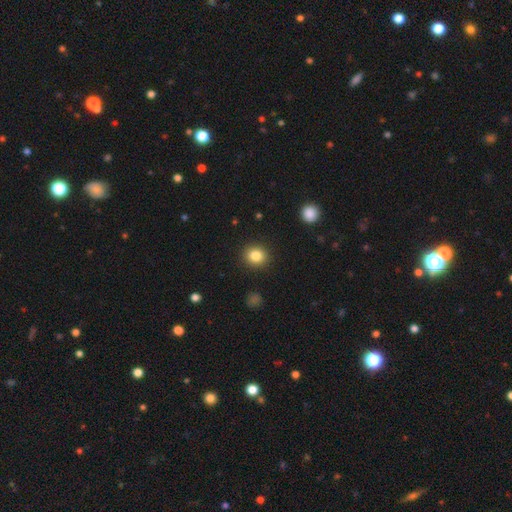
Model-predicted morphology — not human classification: Smooth or featured? Predicted: smooth (p=0.84). How rounded? Predicted: round (p=0.84). Merging? Predicted: none (p=0.91).